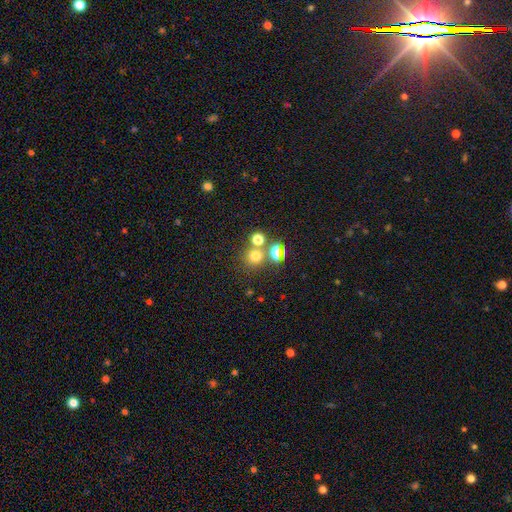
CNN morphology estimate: A smooth galaxy with no disk features (67%) that is round (86%). Merging: none (62%).